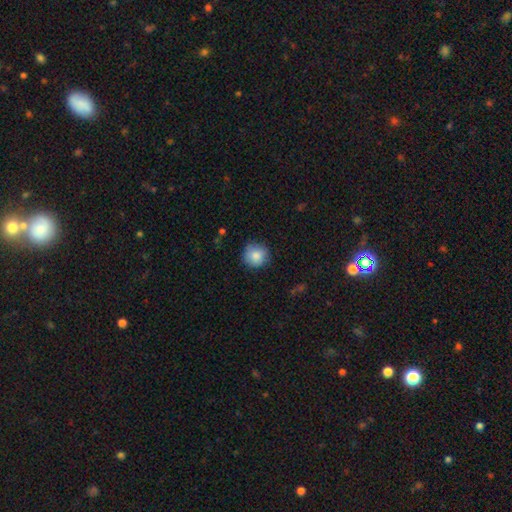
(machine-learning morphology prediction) smooth_or_featured: smooth (p=0.85) [alt: star or artifact p=0.08]
how_rounded: round (p=0.93) [alt: in between p=0.06]
merging: none (p=0.84) [alt: minor disturbance p=0.12]